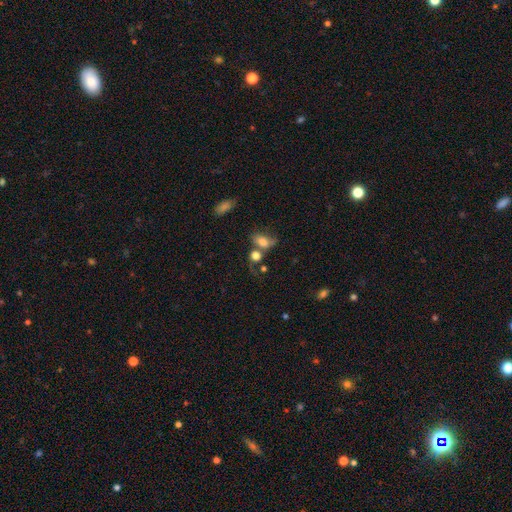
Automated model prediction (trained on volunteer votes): Smooth or featured?
  - smooth: 71% *
  - featured or disk: 15%
  - star or artifact: 14%
How rounded?
  - in between: 51% *
  - round: 46%
  - cigar-shaped: 3%
Merging?
  - merger: 42% *
  - none: 30%
  - major disturbance: 15%
  - minor disturbance: 13%